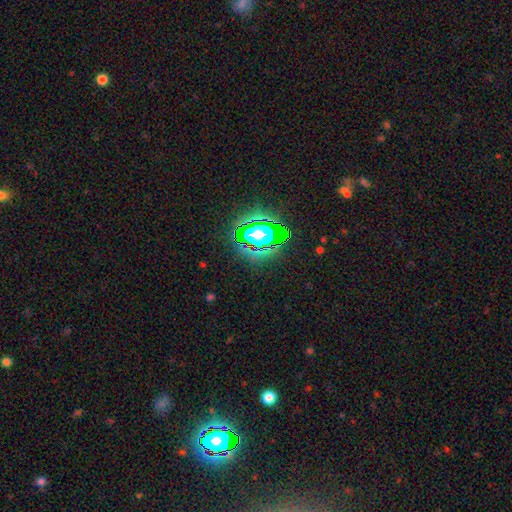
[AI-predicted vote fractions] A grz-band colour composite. It shows a star or artifact, not a galaxy (82%).